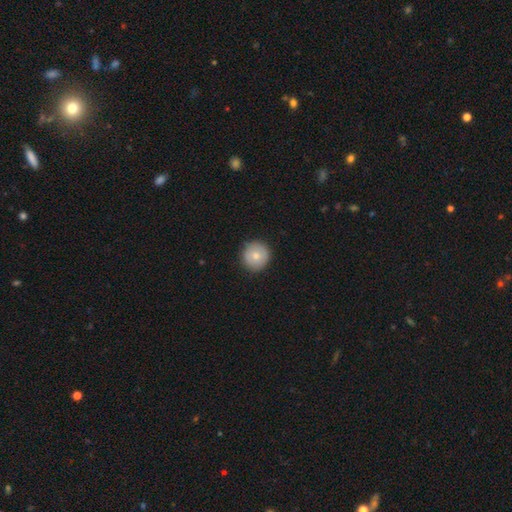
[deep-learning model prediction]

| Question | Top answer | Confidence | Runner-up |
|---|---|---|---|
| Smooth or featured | smooth | 74% | featured or disk (18%) |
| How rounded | round | 95% | in between (4%) |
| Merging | none | 88% | minor disturbance (9%) |